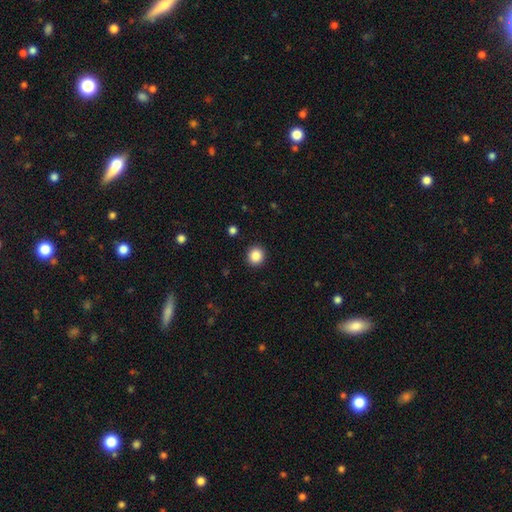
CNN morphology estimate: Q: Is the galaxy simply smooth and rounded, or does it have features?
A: smooth — 87%.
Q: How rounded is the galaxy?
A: round — 90%.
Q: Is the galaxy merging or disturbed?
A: none — 92%.